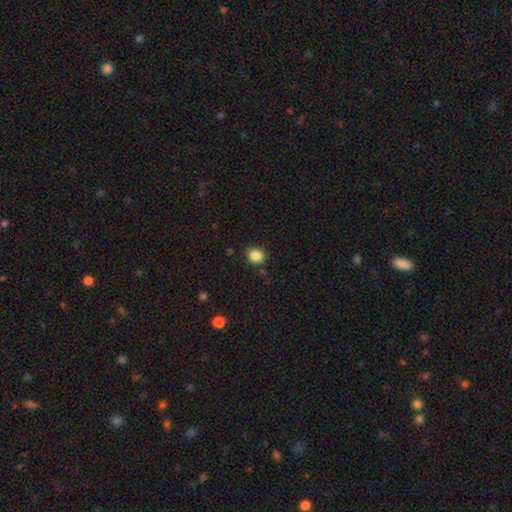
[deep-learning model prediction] Smooth or featured? Predicted: smooth (p=0.86). How rounded? Predicted: round (p=0.59). Merging? Predicted: none (p=0.84).